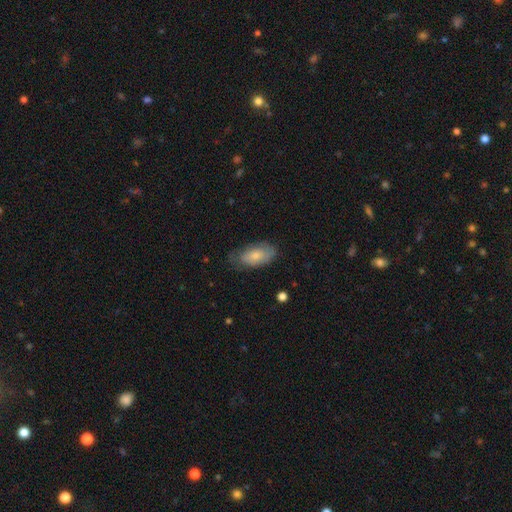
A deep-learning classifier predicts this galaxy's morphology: This is likely a smooth galaxy (73%). How rounded: clearly in between (93%). Merging: likely none (61%).